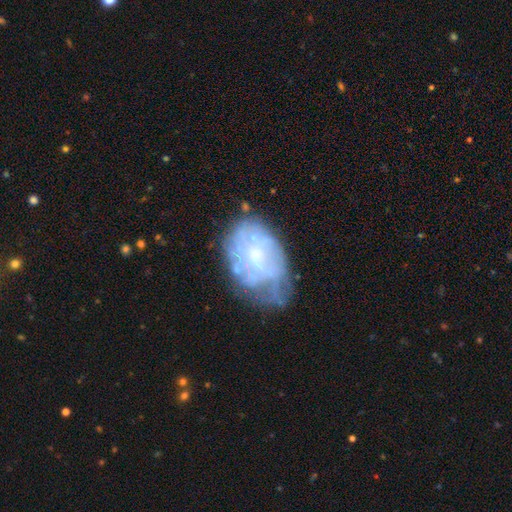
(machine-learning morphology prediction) Q: Smooth or featured?
A: featured or disk (62%); runner-up: smooth (29%)
Q: Edge-on disk?
A: no (96%); runner-up: yes (4%)
Q: Bar?
A: no (78%); runner-up: weak (19%)
Q: Spiral arms?
A: no (64%); runner-up: yes (36%)
Q: Bulge size?
A: small (56%); runner-up: moderate (28%)
Q: Merging?
A: none (45%); runner-up: minor disturbance (32%)